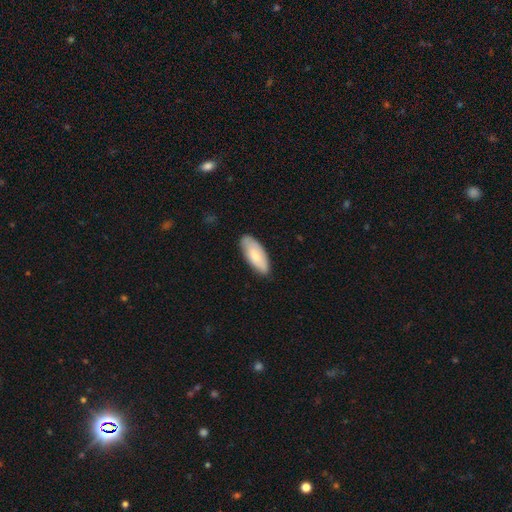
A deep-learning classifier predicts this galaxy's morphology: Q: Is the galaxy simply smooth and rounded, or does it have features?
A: smooth — 78%.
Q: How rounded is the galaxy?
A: in between — 82%.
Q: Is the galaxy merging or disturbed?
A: none — 82%.